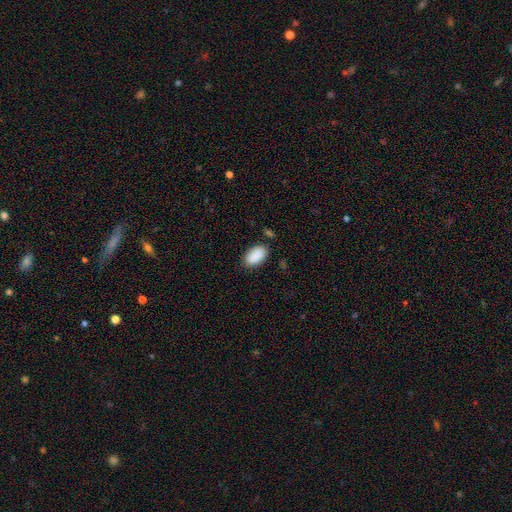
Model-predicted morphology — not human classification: smooth 90%, star or artifact 6%, featured or disk 3%. Down the decision tree: how rounded — in between (94%); merging — none (81%).